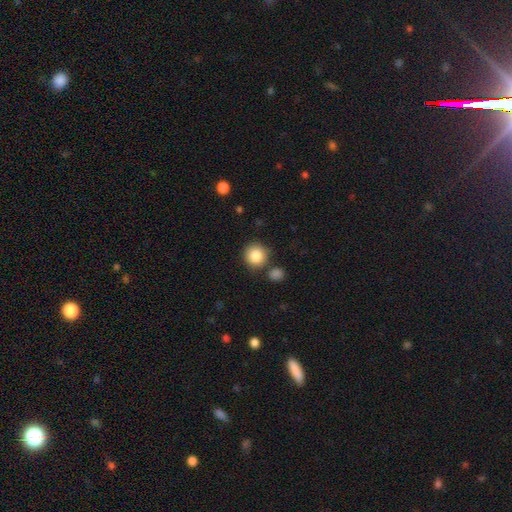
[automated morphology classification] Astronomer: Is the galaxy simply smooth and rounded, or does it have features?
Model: smooth — 85%.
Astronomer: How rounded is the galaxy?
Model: round — 92%.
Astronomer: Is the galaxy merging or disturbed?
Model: none — 78%.